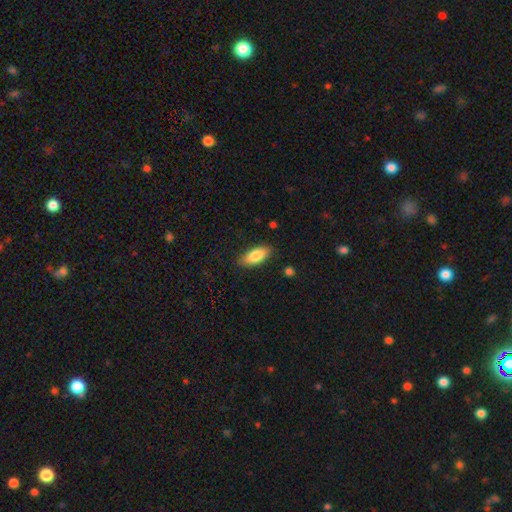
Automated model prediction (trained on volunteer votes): This appears to be a smooth galaxy with no disk features (82%) that is in between round and cigar-shaped (81%). Merging: none (86%).